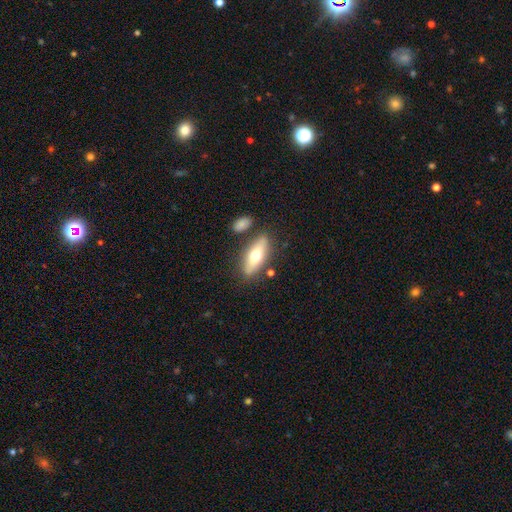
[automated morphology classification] Smooth or featured? Predicted: smooth (p=0.60). How rounded? Predicted: in between (p=0.64). Merging? Predicted: none (p=0.77).